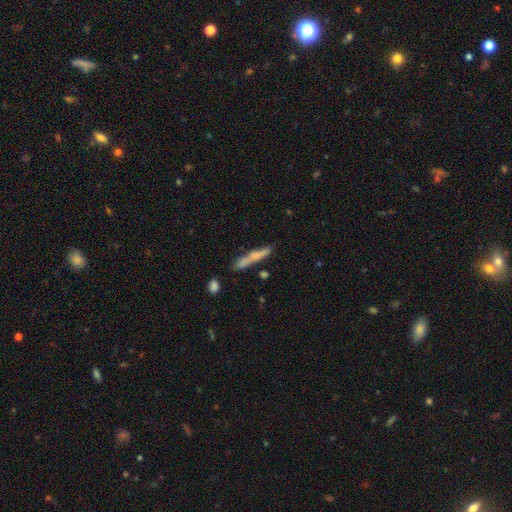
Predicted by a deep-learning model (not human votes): Smooth or featured? Predicted: smooth (p=0.65). How rounded? Predicted: cigar-shaped (p=0.90). Merging? Predicted: none (p=0.67).